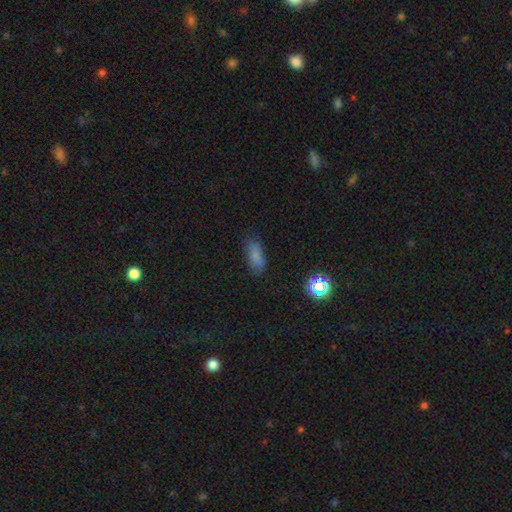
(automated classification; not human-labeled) Overall: smooth (73%). How rounded: in between (78%). Merging: none (64%; minor disturbance 25%).